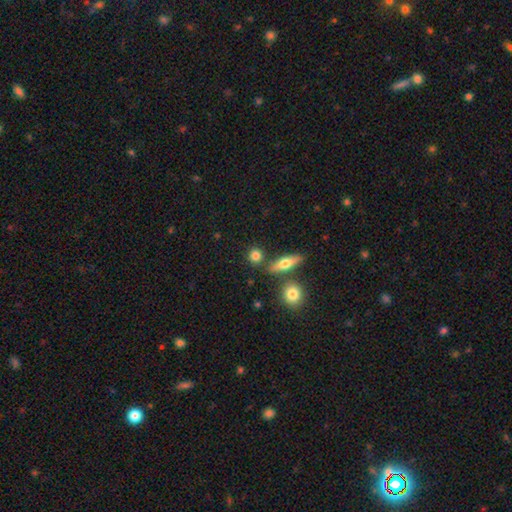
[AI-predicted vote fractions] smooth 79%, featured or disk 12%, star or artifact 9%. Down the decision tree: how rounded — round (72%); merging — none (76%).